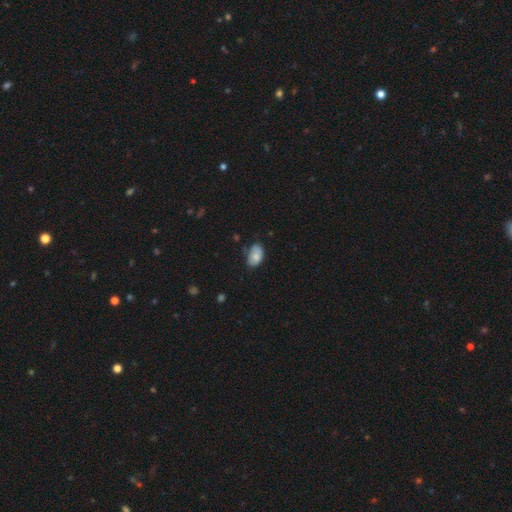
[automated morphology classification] Overall: smooth (76%). How rounded: in between (91%). Merging: none (60%; minor disturbance 31%).